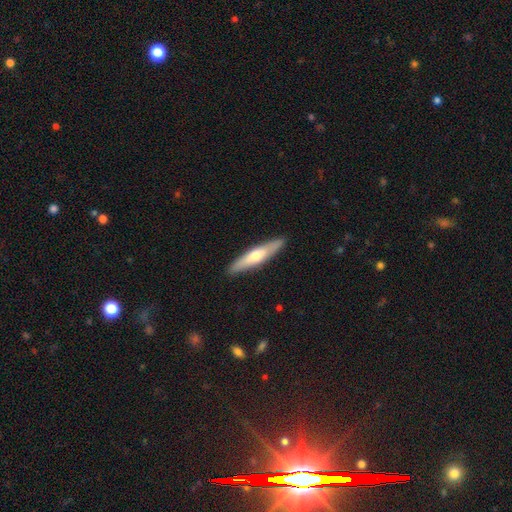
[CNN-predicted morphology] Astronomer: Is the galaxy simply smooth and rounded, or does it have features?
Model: smooth — 49% (runner-up: featured or disk, 46%).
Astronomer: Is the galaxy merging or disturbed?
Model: none — 90%.